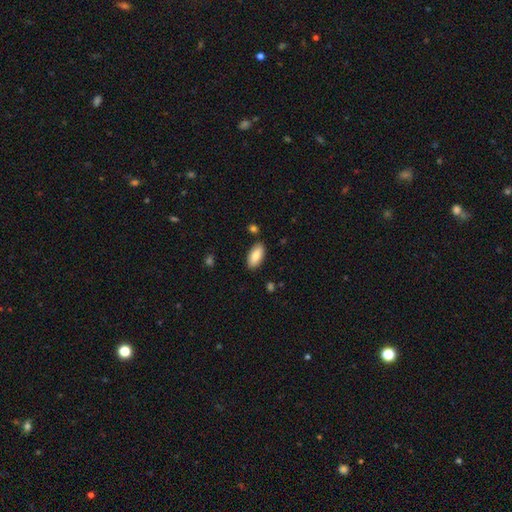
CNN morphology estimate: This appears to be a smooth galaxy with no disk features (84%) that is in between round and cigar-shaped (90%). Merging: none (85%).